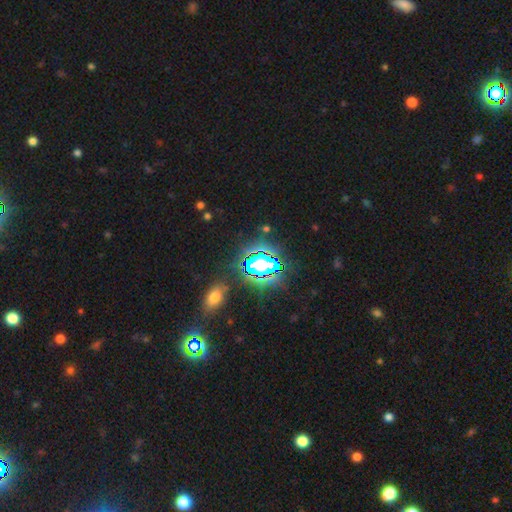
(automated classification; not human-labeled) Smooth or featured? Predicted: star or artifact (p=0.72).